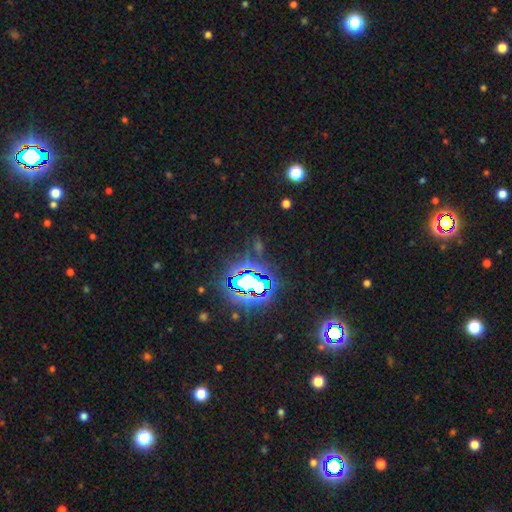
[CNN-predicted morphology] A star or artifact, not a galaxy (83%).

Vote fractions:
- Smooth or featured? star or artifact: 83% / smooth: 10% / featured or disk: 7%